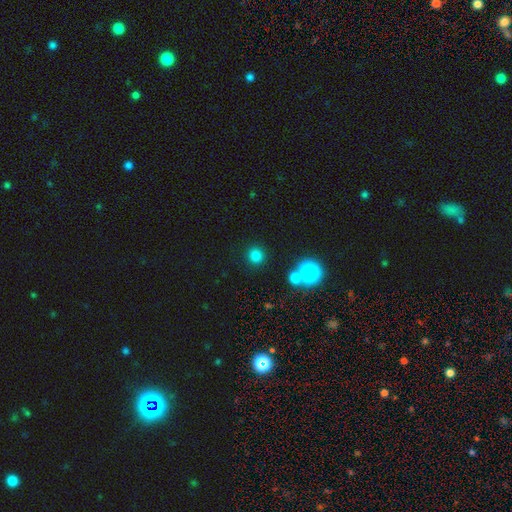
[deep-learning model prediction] A smooth galaxy with no disk features (78%) that is round (94%).

Vote fractions:
- Smooth or featured? smooth: 78% / star or artifact: 17% / featured or disk: 5%
- How rounded? round: 94% / in between: 5% / cigar-shaped: 1%
- Merging? none: 87% / minor disturbance: 6% / merger: 4% / major disturbance: 3%